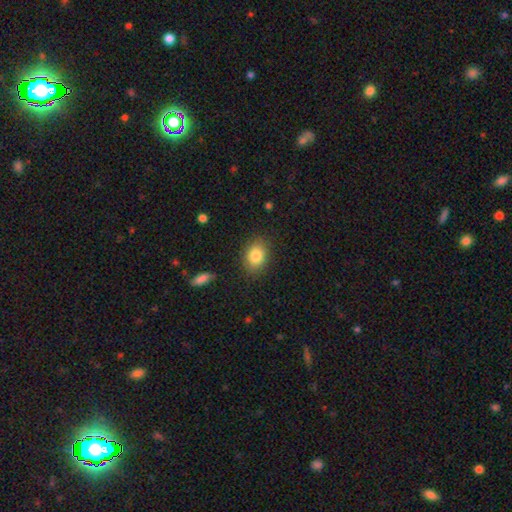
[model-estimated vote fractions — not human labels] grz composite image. It shows a smooth galaxy with no disk features (83%) that is in between round and cigar-shaped (68%). Merging: none (85%).